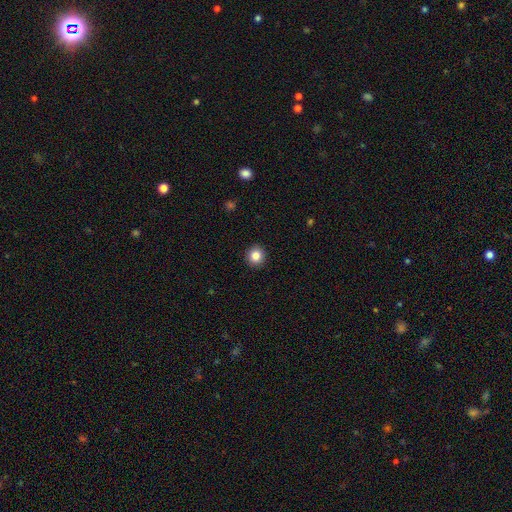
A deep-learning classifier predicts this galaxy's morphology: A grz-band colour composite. It shows a smooth galaxy with no disk features (84%) that is round (93%). Merging: none (93%).